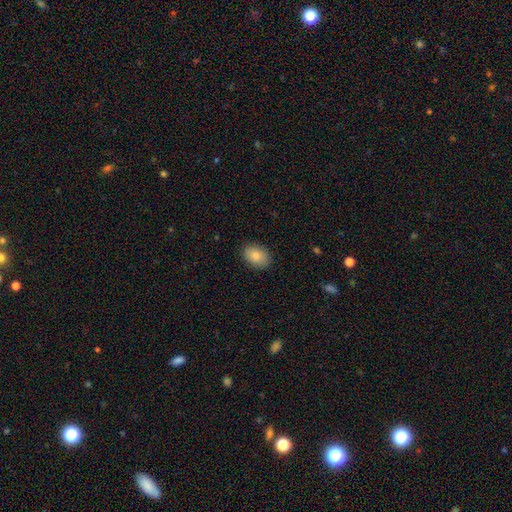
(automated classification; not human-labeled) A smooth galaxy with no disk features (85%) that is in between round and cigar-shaped (81%). Merging: none (88%).